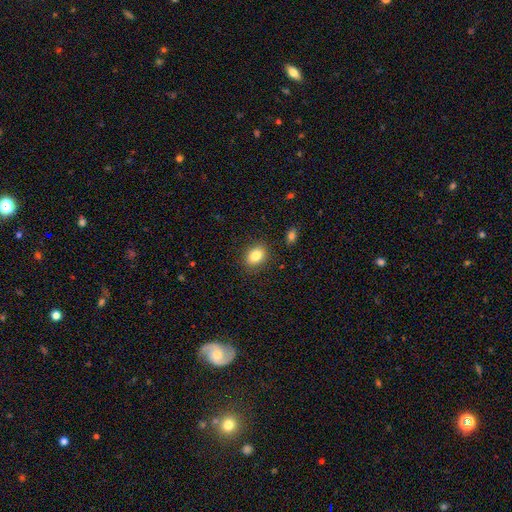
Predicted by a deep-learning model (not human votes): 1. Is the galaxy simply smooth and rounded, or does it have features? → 84% smooth, 9% star or artifact, 7% featured or disk.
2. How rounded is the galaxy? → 70% in between, 29% round, 1% cigar-shaped.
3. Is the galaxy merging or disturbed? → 86% none, 10% minor disturbance, 3% major disturbance, 2% merger.